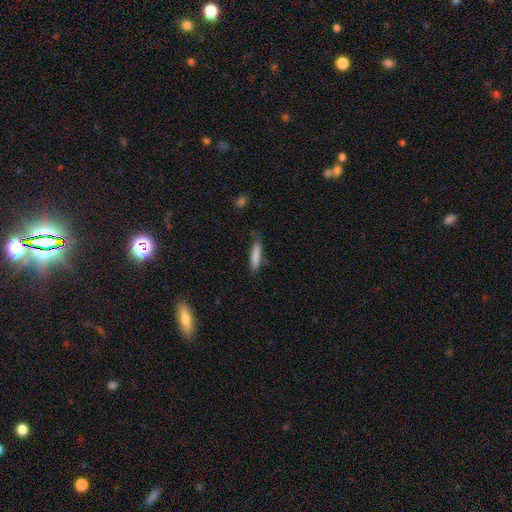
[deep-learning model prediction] The model was most divided on "merging": none: 77%, minor disturbance: 17%, major disturbance: 3%, merger: 2%. More confident: smooth or featured — smooth (84%); how rounded — cigar-shaped (80%).